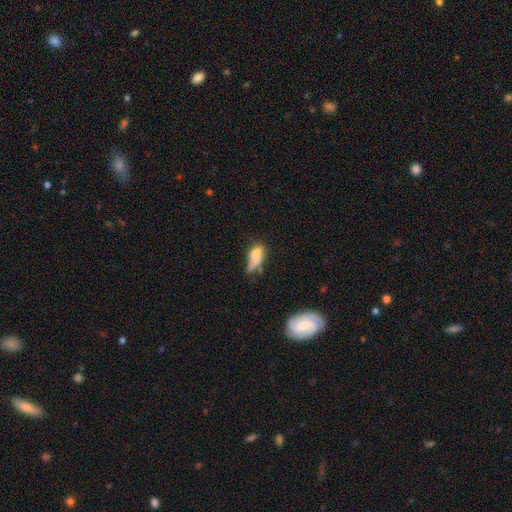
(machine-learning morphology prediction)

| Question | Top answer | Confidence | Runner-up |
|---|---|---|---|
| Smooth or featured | smooth | 63% | featured or disk (26%) |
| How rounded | in between | 80% | cigar-shaped (13%) |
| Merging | major disturbance | 28% | tied: minor disturbance (28%) |